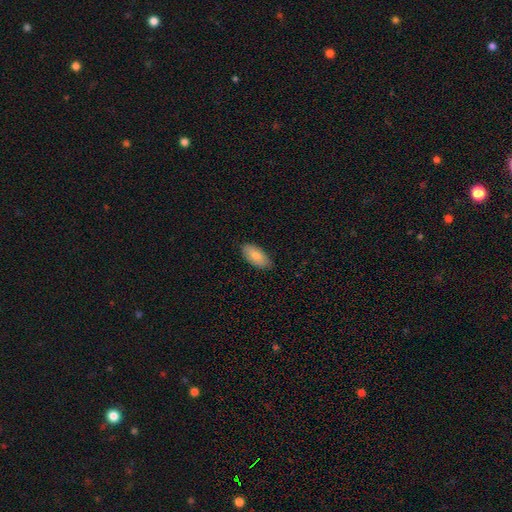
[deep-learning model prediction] Smooth or featured? smooth (84%)
How rounded? in between (91%)
Merging? none (84%)